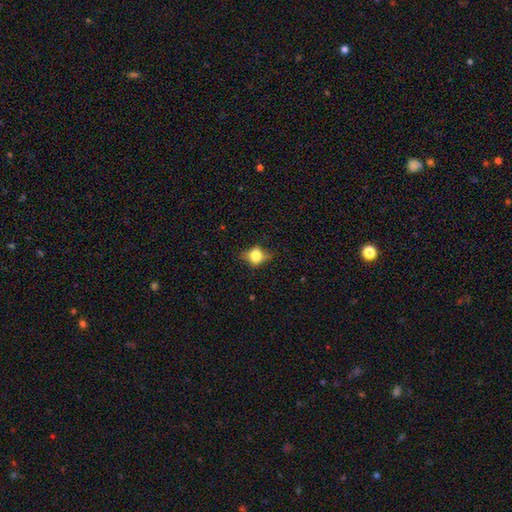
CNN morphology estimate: Smooth or featured?
  - smooth: 66% *
  - featured or disk: 22%
  - star or artifact: 12%
How rounded?
  - round: 56% *
  - in between: 41%
  - cigar-shaped: 3%
Merging?
  - none: 68% *
  - minor disturbance: 23%
  - major disturbance: 8%
  - merger: 1%